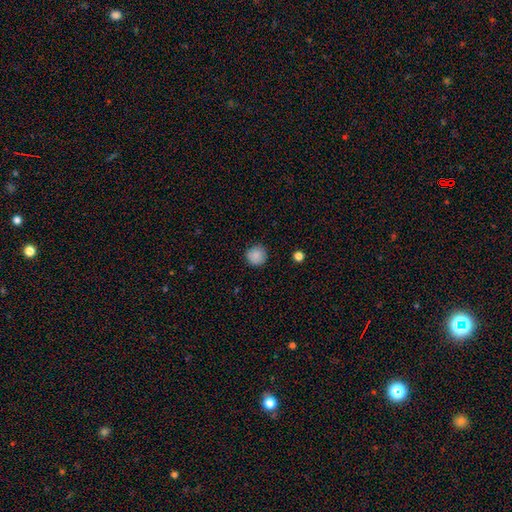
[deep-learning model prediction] Smooth or featured? Predicted: smooth (p=0.87). How rounded? Predicted: round (p=0.94). Merging? Predicted: none (p=0.88).